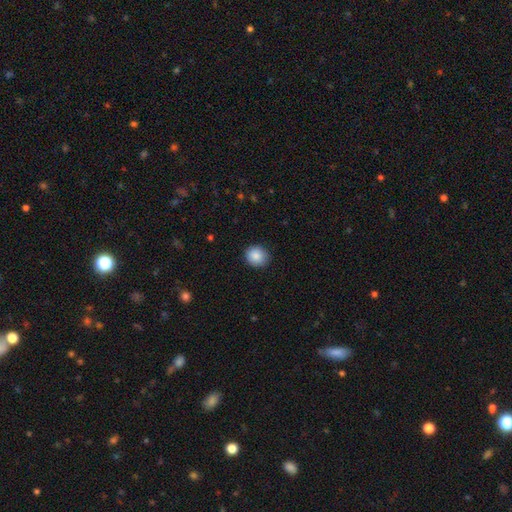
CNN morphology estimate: Smooth or featured: smooth — 88% (star or artifact — 8%)
How rounded: round — 84% (in between — 15%)
Merging: none — 88% (minor disturbance — 9%)